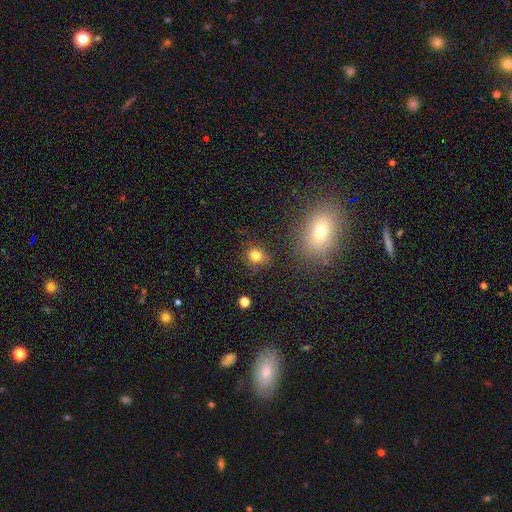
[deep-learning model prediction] Q: Smooth or featured?
A: smooth (79%); runner-up: star or artifact (14%)
Q: How rounded?
A: round (61%); runner-up: in between (37%)
Q: Merging?
A: none (74%); runner-up: minor disturbance (17%)